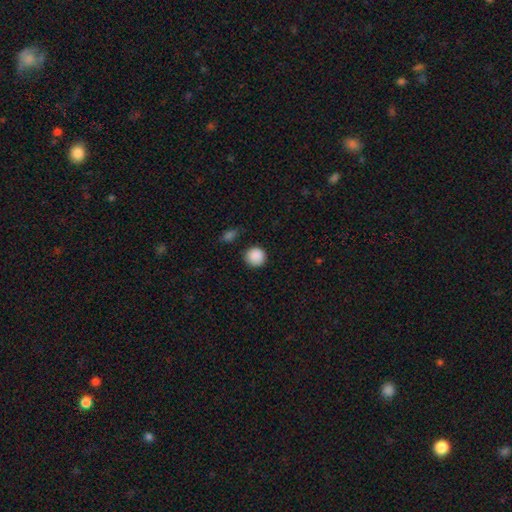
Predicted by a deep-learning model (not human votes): The model was most divided on "merging": none: 85%, minor disturbance: 10%, major disturbance: 3%, merger: 2%. More confident: how rounded — round (94%); smooth or featured — smooth (89%).